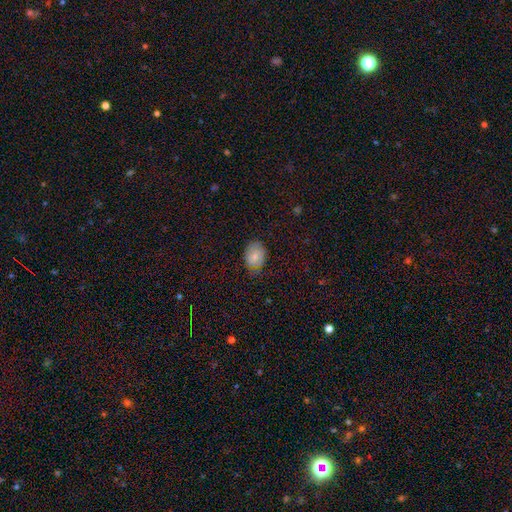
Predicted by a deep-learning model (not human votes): Morphology: type=smooth (74%); roundness=in between (76%); merging=none (72%).